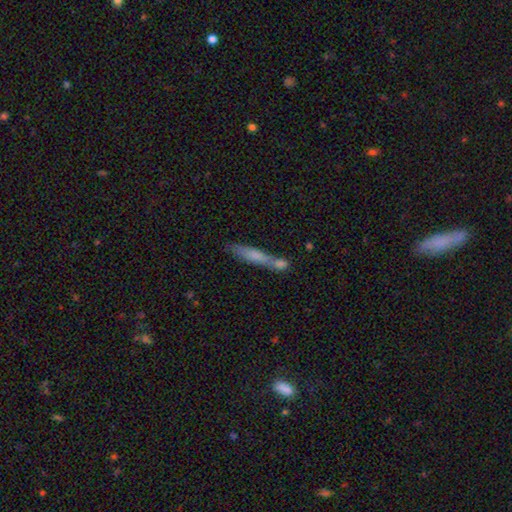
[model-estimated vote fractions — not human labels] Overall: smooth (63%; featured or disk 30%). How rounded: cigar-shaped (90%). Merging: none (49%; merger 31%).